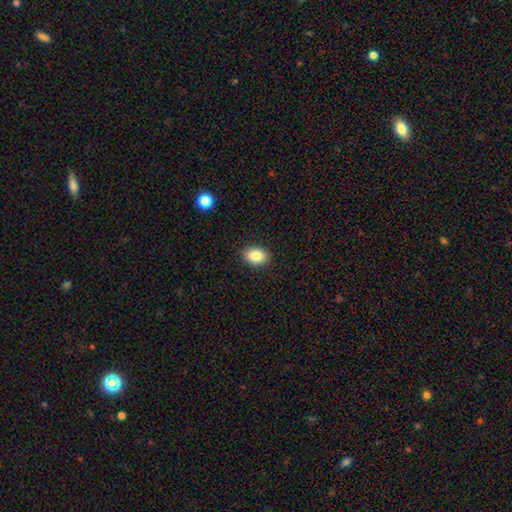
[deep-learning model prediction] Smooth or featured? Predicted: smooth (p=0.86). How rounded? Predicted: in between (p=0.76). Merging? Predicted: none (p=0.90).